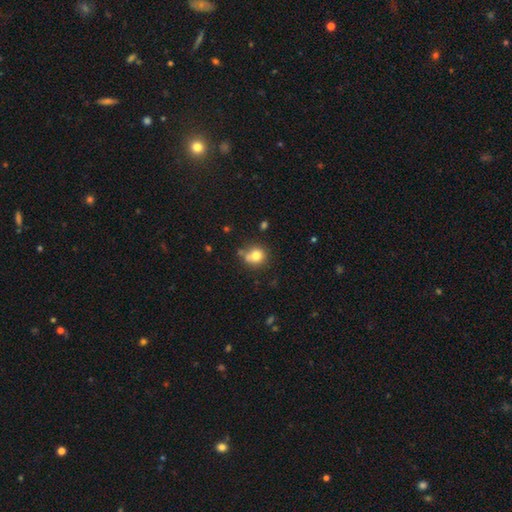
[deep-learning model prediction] This appears to be a smooth galaxy with no disk features (78%) that is round (85%). Merging: none (61%).